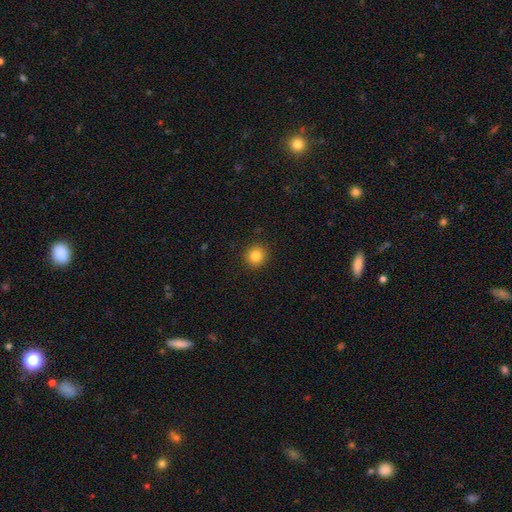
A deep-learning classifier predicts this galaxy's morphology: smooth 84%, star or artifact 11%, featured or disk 5%. Down the decision tree: how rounded — round (92%); merging — none (91%).